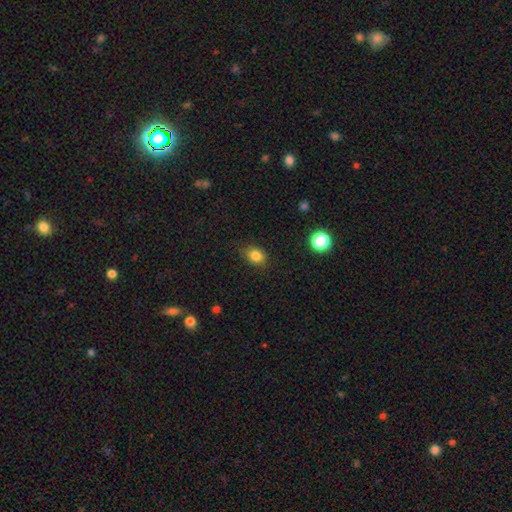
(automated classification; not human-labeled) smooth-or-featured: smooth: 83% | star or artifact: 12% | featured or disk: 6%
  how-rounded: in between: 55% | round: 43% | cigar-shaped: 1%
  merging: none: 79% | minor disturbance: 17% | major disturbance: 4% | merger: 1%